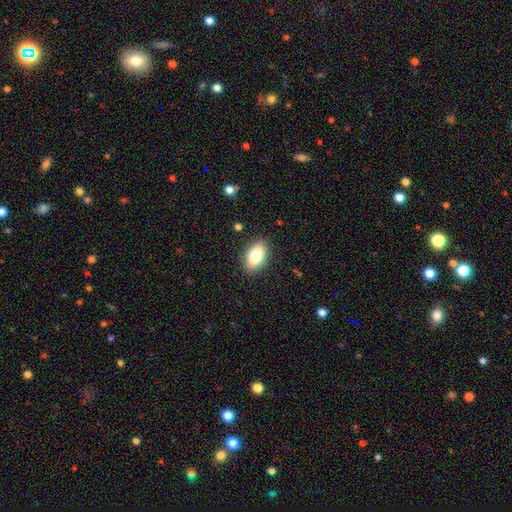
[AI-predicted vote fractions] The model was most divided on "smooth or featured": smooth: 80%, featured or disk: 12%, star or artifact: 8%. More confident: how rounded — in between (91%); merging — none (88%).